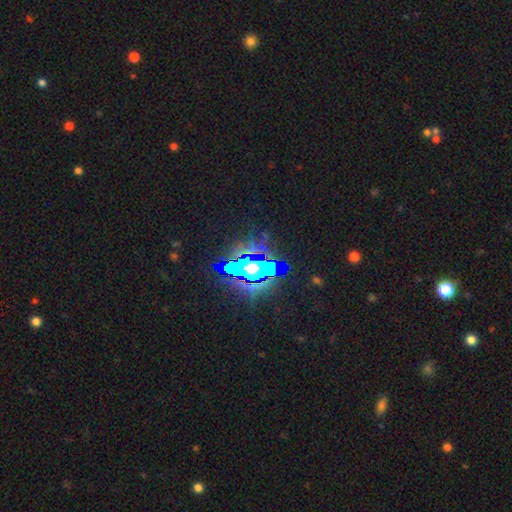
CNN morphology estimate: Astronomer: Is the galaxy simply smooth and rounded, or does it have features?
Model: star or artifact — 81%.